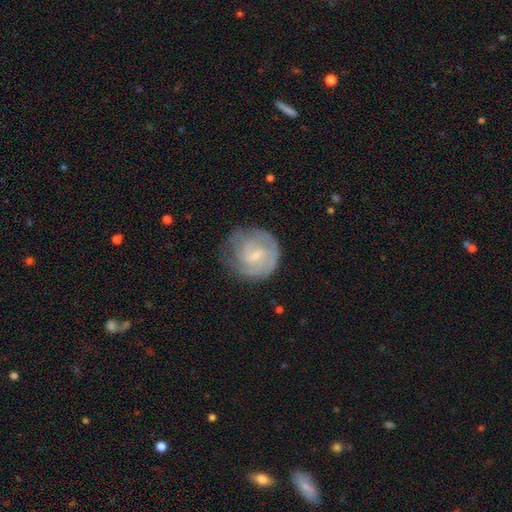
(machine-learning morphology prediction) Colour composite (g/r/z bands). It shows a featured or disk galaxy (70%) with a weak bar (55%), tight (57%) spiral arms (88%) and a small central bulge (68%). Merging: none (65%).